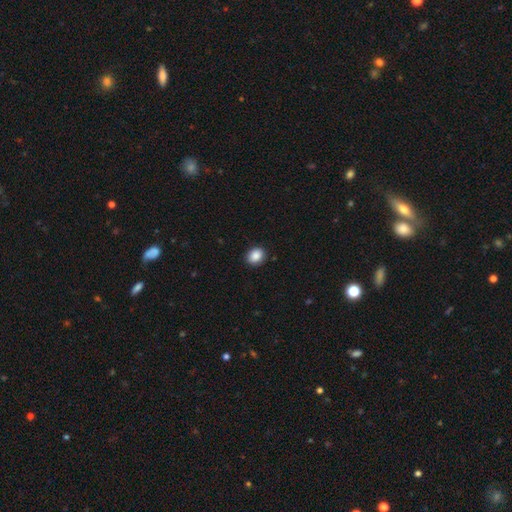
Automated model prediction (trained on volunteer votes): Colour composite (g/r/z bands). It shows a smooth galaxy with no disk features (88%) that is round (56%). Merging: none (90%).